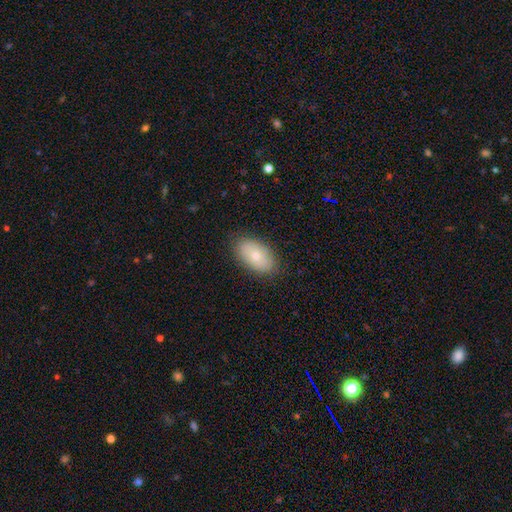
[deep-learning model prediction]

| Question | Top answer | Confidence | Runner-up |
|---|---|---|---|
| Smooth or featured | smooth | 77% | featured or disk (16%) |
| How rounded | in between | 93% | round (5%) |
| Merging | none | 86% | minor disturbance (10%) |